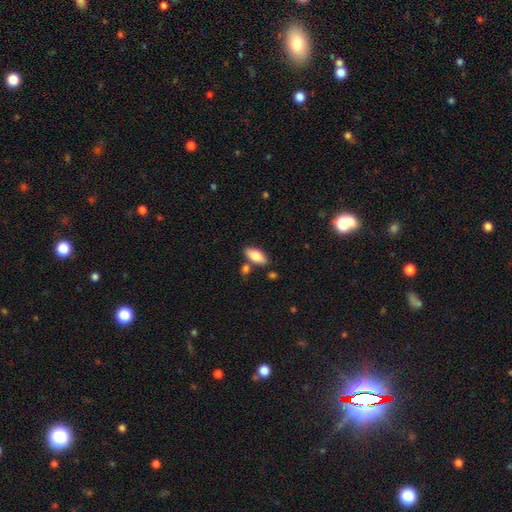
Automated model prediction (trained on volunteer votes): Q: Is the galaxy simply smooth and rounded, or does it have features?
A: smooth — 81%.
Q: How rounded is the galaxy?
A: in between — 86%.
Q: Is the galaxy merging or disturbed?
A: none — 78%.